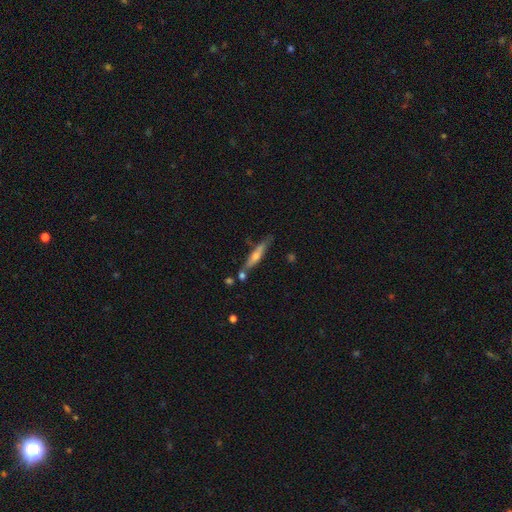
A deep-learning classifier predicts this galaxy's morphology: Smooth or featured?
  - featured or disk: 59% *
  - smooth: 34%
  - star or artifact: 7%
Edge-on disk?
  - yes: 91% *
  - no: 9%
Edge-on bulge?
  - rounded: 78% *
  - none: 15%
  - boxy: 7%
Merging?
  - none: 74% *
  - minor disturbance: 15%
  - merger: 8%
  - major disturbance: 3%